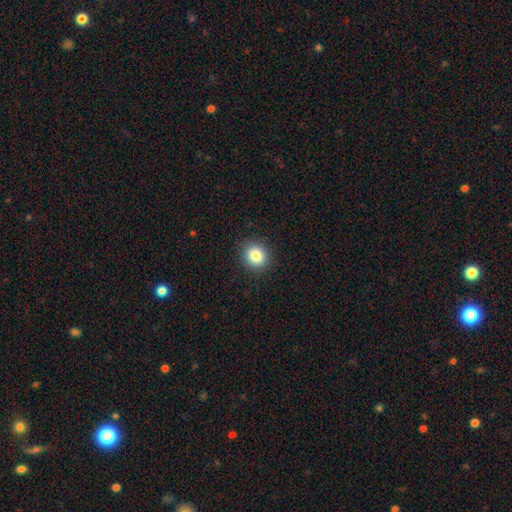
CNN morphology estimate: smooth 84%, star or artifact 10%, featured or disk 6%. Down the decision tree: how rounded — round (81%); merging — none (90%).